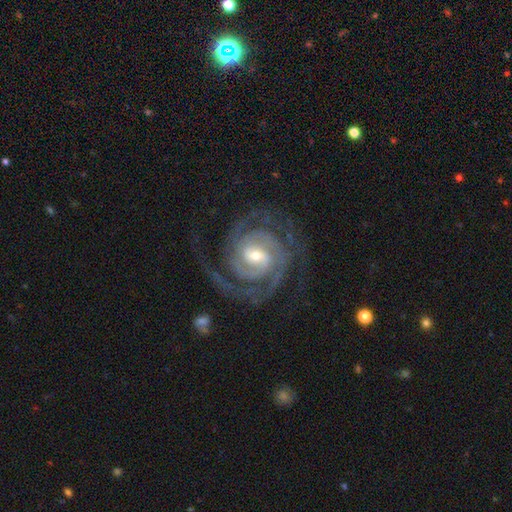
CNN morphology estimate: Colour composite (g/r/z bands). It shows a featured or disk galaxy (93%) with a weak bar (48%), 2 (55%) tight (71%) spiral arms (99%) and a small central bulge (48%). Merging: none (76%).